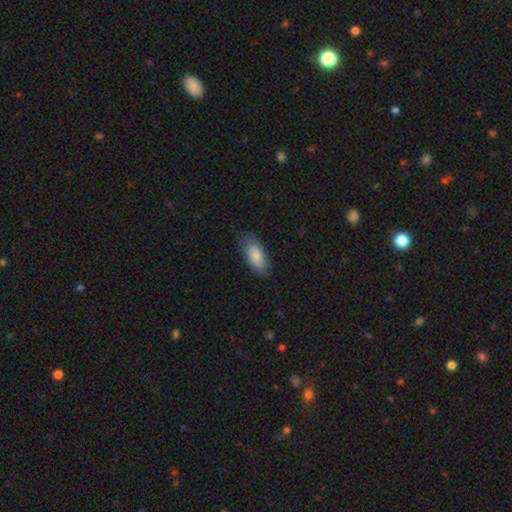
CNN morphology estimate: smooth 81%, featured or disk 13%, star or artifact 6%. Down the decision tree: how rounded — in between (88%); merging — none (75%).